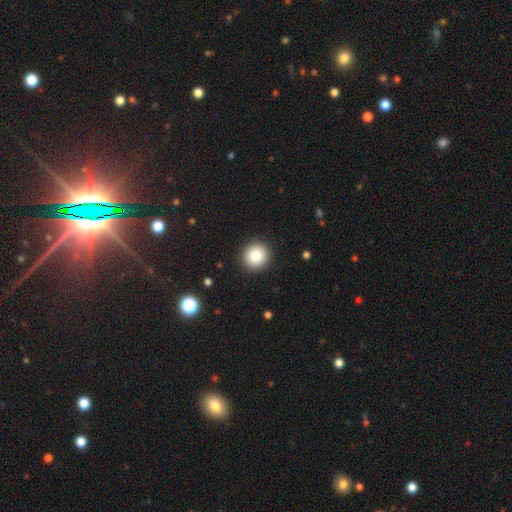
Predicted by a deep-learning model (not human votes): A smooth galaxy with no disk features (83%) that is round (94%).

Vote fractions:
- Smooth or featured? smooth: 83% / star or artifact: 9% / featured or disk: 7%
- How rounded? round: 94% / in between: 5% / cigar-shaped: 1%
- Merging? none: 92% / minor disturbance: 5% / major disturbance: 2% / merger: 1%